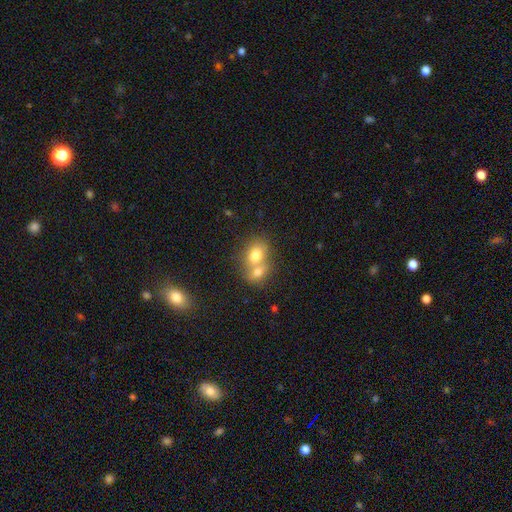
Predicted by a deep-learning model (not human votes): smooth_or_featured: smooth (p=0.74) [alt: featured or disk p=0.16]
how_rounded: in between (p=0.57) [alt: round p=0.42]
merging: merger (p=0.66) [alt: none p=0.24]